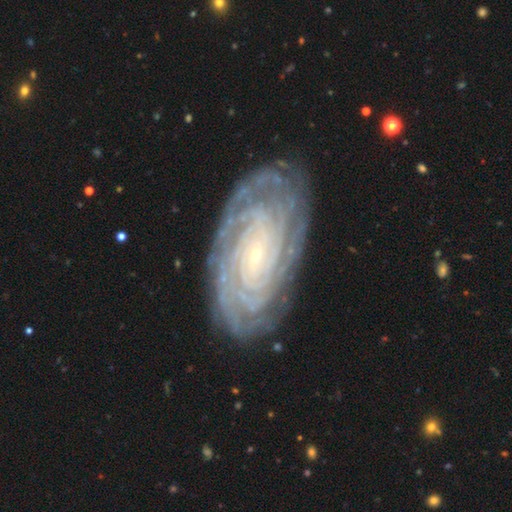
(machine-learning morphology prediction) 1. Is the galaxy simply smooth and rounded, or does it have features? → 89% featured or disk, 5% star or artifact, 5% smooth.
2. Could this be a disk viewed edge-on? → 96% no, 4% yes.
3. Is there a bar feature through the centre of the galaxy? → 70% no, 20% weak, 10% strong.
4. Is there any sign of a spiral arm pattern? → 98% yes, 2% no.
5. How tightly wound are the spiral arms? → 87% tight, 11% medium, 2% loose.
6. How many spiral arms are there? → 25% can't tell, 22% more than 4, 20% 4, 13% 3, 12% 2, 8% 1.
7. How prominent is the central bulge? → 89% small, 7% moderate, 2% none, 1% large, 1% dominant.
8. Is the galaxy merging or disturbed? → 82% none, 13% minor disturbance, 3% major disturbance, 1% merger.